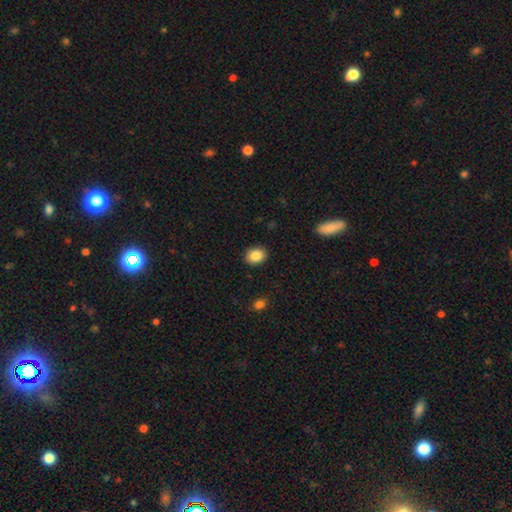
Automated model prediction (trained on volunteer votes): The model was most divided on "how rounded": in between: 55%, round: 44%, cigar-shaped: 1%. More confident: merging — none (90%); smooth or featured — smooth (86%).